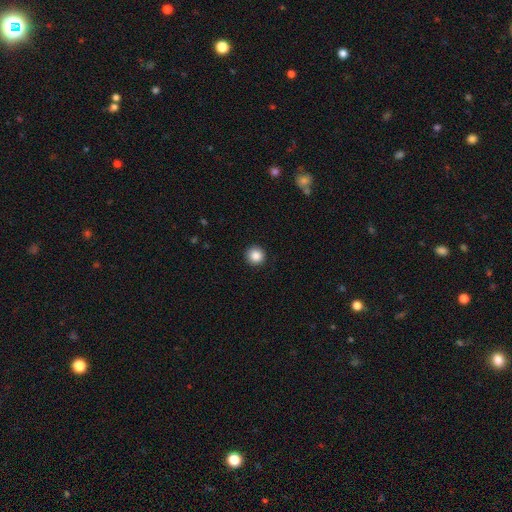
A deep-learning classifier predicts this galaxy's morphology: smooth 87%, star or artifact 10%, featured or disk 3%. Down the decision tree: how rounded — round (95%); merging — none (93%).